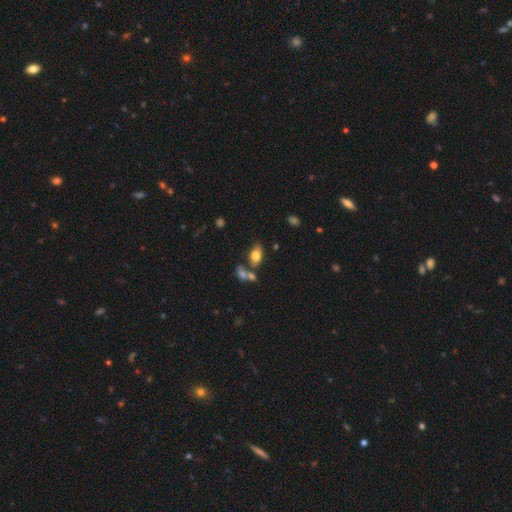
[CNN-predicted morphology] This is likely a smooth galaxy (75%). How rounded: clearly in between (85%). Merging: possibly none (58%).